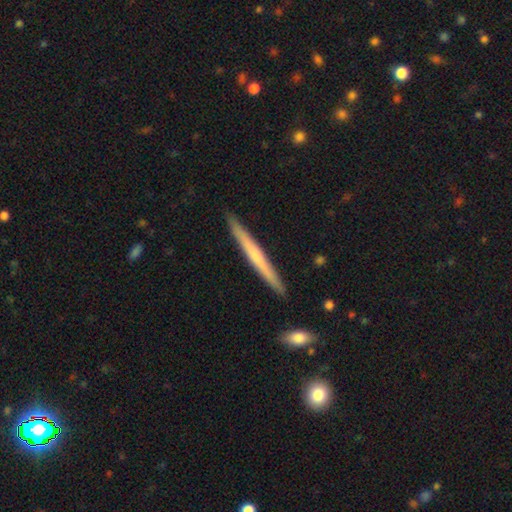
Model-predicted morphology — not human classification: A featured or disk galaxy (50%). Merging: none (91%).